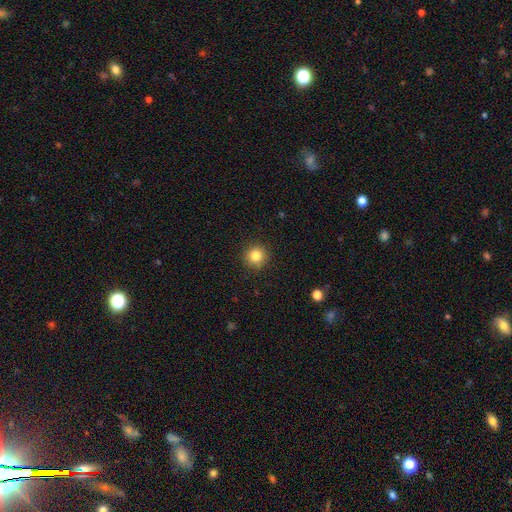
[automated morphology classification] type=smooth (83%); roundness=round (94%); merging=none (90%).